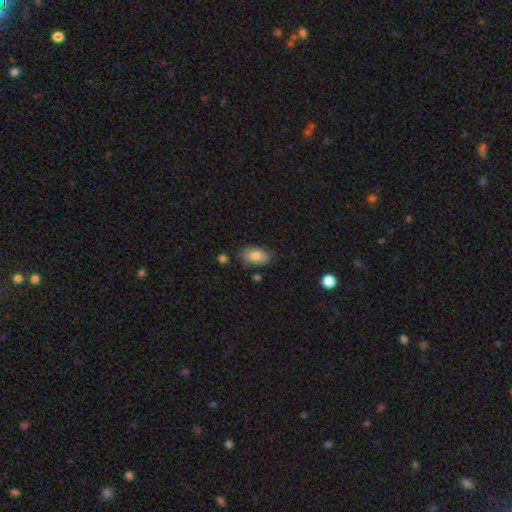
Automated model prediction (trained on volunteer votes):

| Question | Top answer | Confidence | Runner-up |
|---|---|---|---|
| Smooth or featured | smooth | 82% | featured or disk (11%) |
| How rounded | in between | 93% | round (5%) |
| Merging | none | 76% | minor disturbance (17%) |